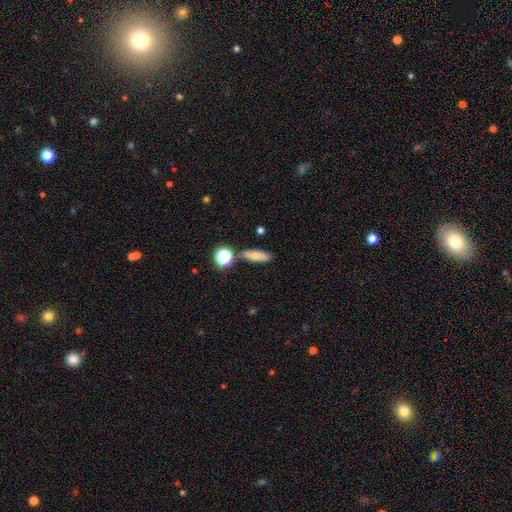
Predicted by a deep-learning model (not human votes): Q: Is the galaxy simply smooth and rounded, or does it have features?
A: smooth — 68%.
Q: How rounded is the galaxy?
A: in between — 48%.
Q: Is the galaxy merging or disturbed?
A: none — 78%.